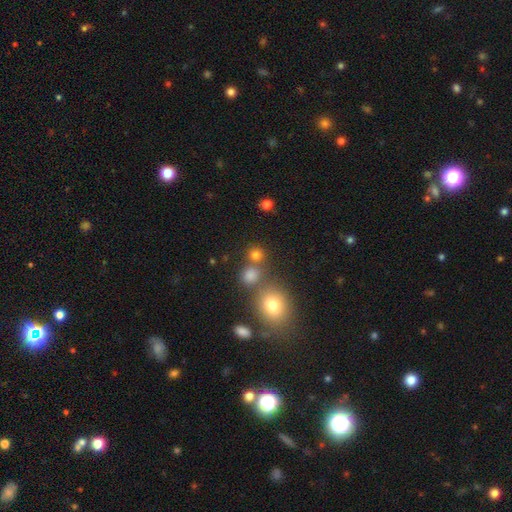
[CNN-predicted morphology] smooth 76%, star or artifact 17%, featured or disk 7%. Down the decision tree: how rounded — round (84%); merging — none (66%).